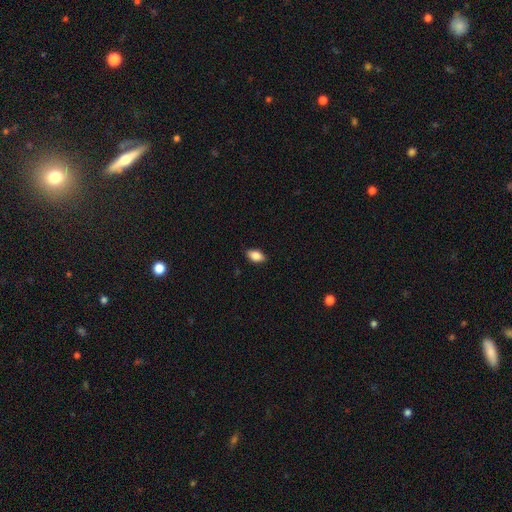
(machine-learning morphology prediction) This appears to be a smooth galaxy with no disk features (85%) that is in between round and cigar-shaped (89%). Merging: none (84%).